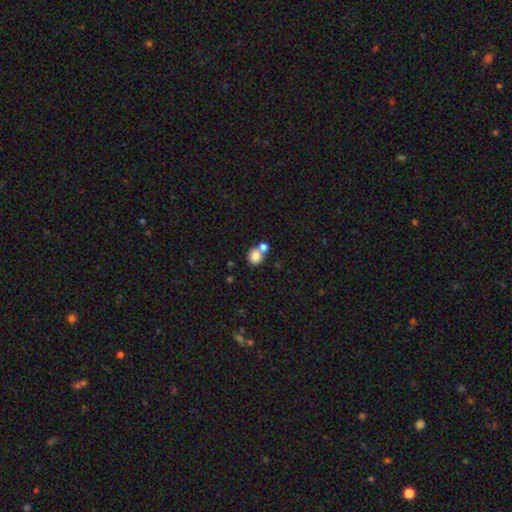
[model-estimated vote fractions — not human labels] Smooth or featured: smooth — 82% (star or artifact — 10%)
How rounded: round — 77% (in between — 22%)
Merging: merger — 45% (none — 44%)